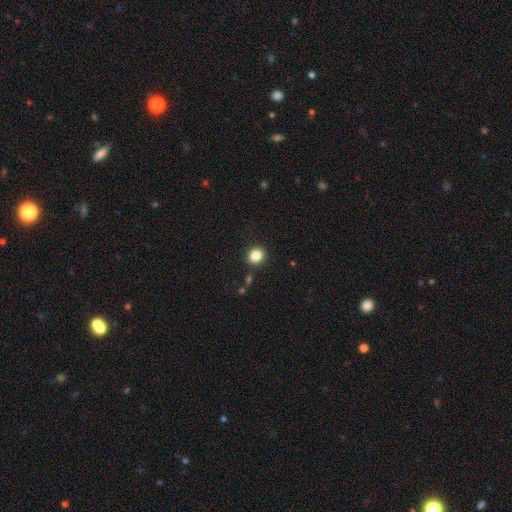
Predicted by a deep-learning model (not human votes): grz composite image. It shows a smooth galaxy with no disk features (85%) that is round (77%). Merging: none (88%).